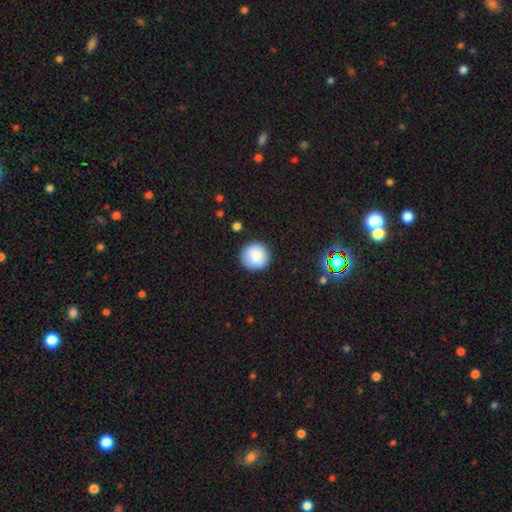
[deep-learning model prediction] A smooth galaxy with no disk features (86%) that is round (95%). Merging: none (90%).